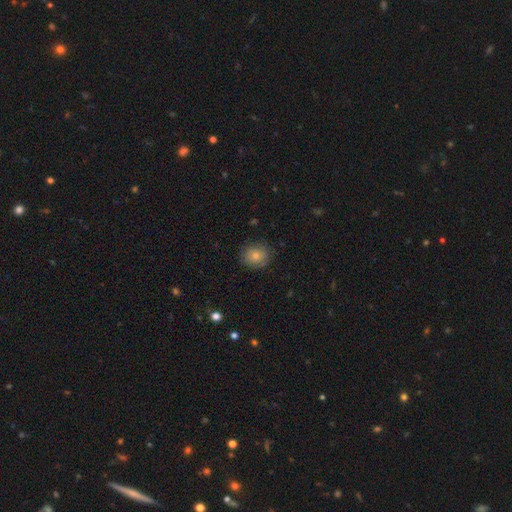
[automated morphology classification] A smooth galaxy with no disk features (75%) that is round (76%).

Vote fractions:
- Smooth or featured? smooth: 75% / featured or disk: 16% / star or artifact: 9%
- How rounded? round: 76% / in between: 23% / cigar-shaped: 1%
- Merging? none: 81% / minor disturbance: 14% / major disturbance: 4% / merger: 1%